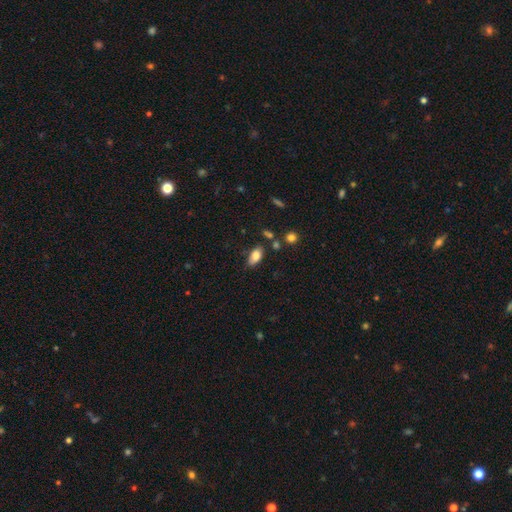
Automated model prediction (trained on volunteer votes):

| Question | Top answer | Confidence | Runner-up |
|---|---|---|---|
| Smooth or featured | smooth | 79% | featured or disk (12%) |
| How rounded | in between | 89% | cigar-shaped (7%) |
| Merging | none | 68% | minor disturbance (21%) |